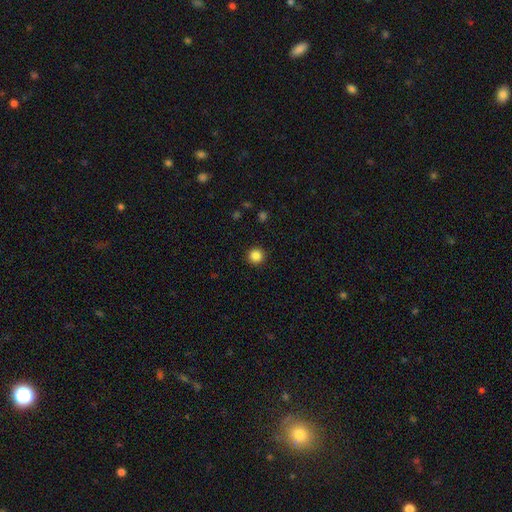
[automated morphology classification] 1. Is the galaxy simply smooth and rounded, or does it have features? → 86% smooth, 11% star or artifact, 3% featured or disk.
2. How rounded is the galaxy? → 95% round, 4% in between, 1% cigar-shaped.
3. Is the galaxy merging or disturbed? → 92% none, 5% minor disturbance, 2% major disturbance, 1% merger.